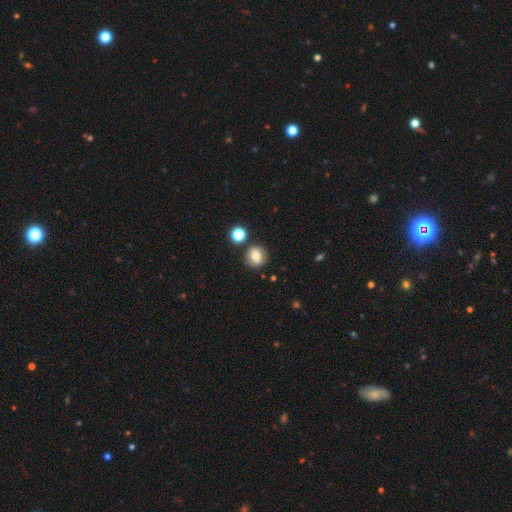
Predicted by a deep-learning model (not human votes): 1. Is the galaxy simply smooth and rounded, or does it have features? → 74% smooth, 15% featured or disk, 12% star or artifact.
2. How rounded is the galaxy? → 85% round, 14% in between, 1% cigar-shaped.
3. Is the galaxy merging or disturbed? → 81% none, 9% minor disturbance, 6% merger, 3% major disturbance.